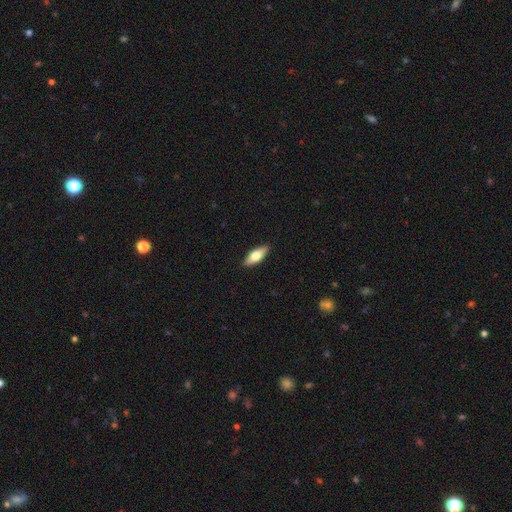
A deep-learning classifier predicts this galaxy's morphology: type=smooth (57%); roundness=in between (67%); merging=none (89%).